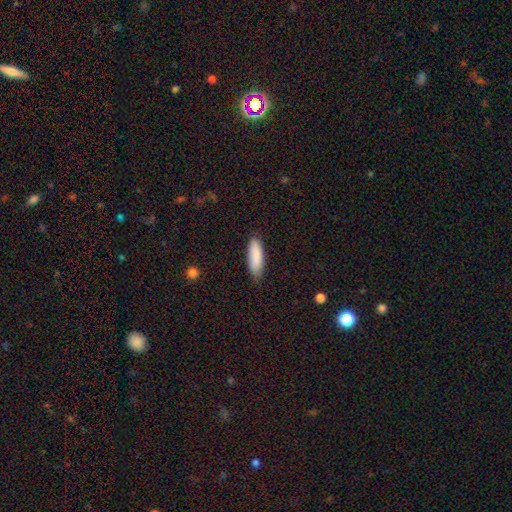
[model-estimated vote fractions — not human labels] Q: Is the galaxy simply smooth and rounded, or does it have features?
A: smooth — 88%.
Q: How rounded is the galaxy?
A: in between — 57%.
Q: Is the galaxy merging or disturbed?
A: none — 79%.